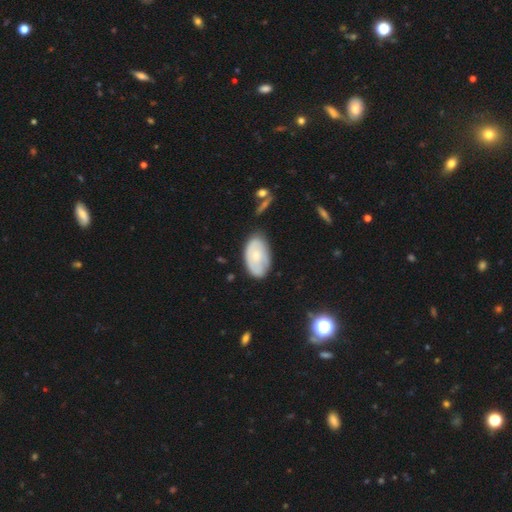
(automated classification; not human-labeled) A smooth galaxy with no disk features (58%) that is in between round and cigar-shaped (93%).

Vote fractions:
- Smooth or featured? smooth: 58% / featured or disk: 36% / star or artifact: 6%
- How rounded? in between: 93% / round: 6% / cigar-shaped: 2%
- Merging? none: 71% / minor disturbance: 21% / major disturbance: 5% / merger: 3%